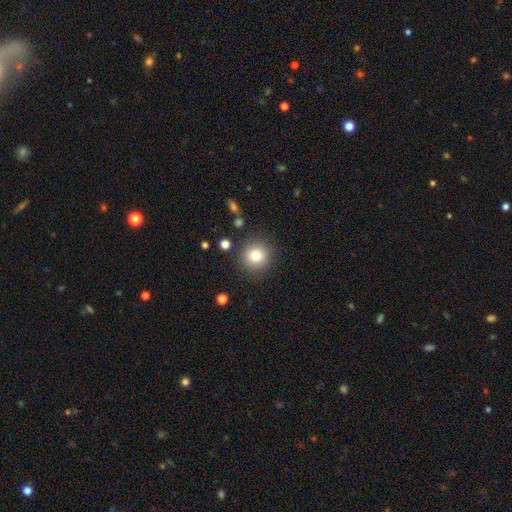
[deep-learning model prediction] Smooth or featured: smooth — 82% (star or artifact — 10%)
How rounded: round — 92% (in between — 7%)
Merging: none — 87% (minor disturbance — 8%)